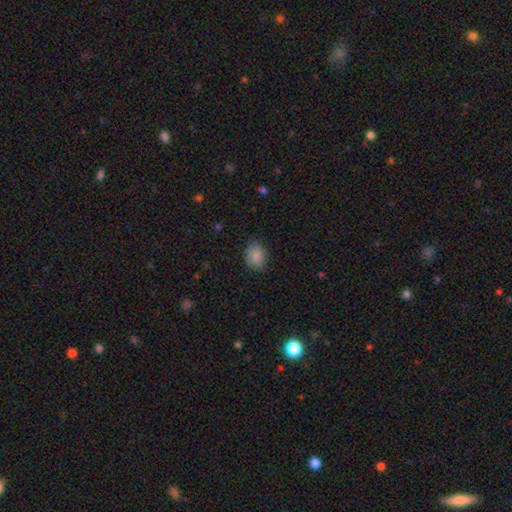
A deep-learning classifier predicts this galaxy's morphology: type=smooth (87%); roundness=in between (56%); merging=none (77%).